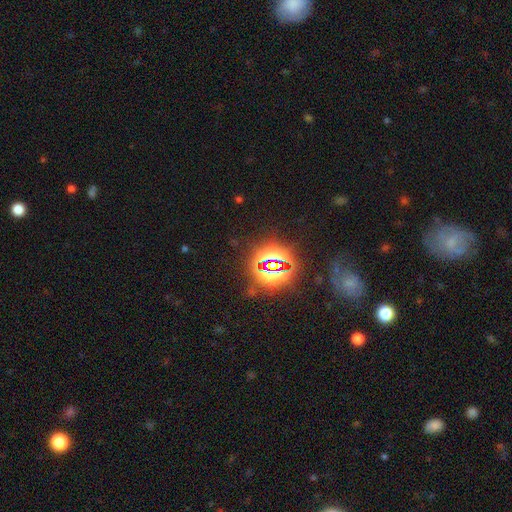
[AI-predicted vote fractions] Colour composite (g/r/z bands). It shows a star or artifact, not a galaxy (78%).